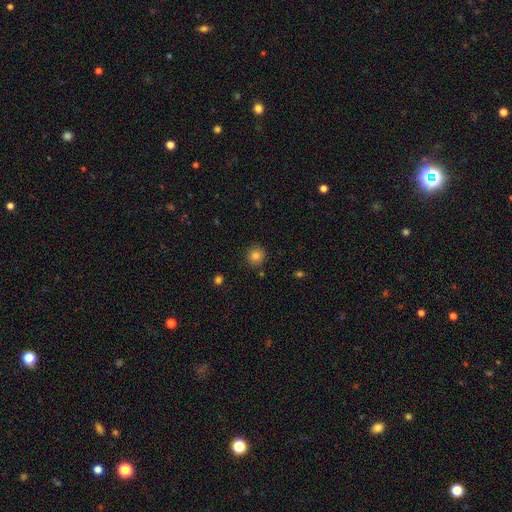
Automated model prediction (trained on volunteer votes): This appears to be a smooth galaxy with no disk features (82%) that is round (93%). Merging: none (88%).